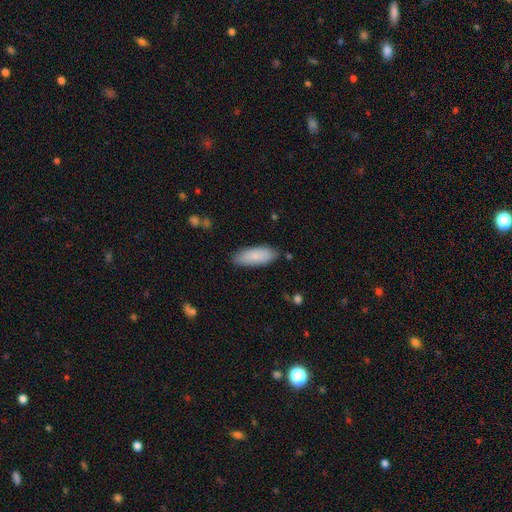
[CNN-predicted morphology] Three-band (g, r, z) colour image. It shows a smooth galaxy with no disk features (84%) that is in between round and cigar-shaped (77%). Merging: none (84%).